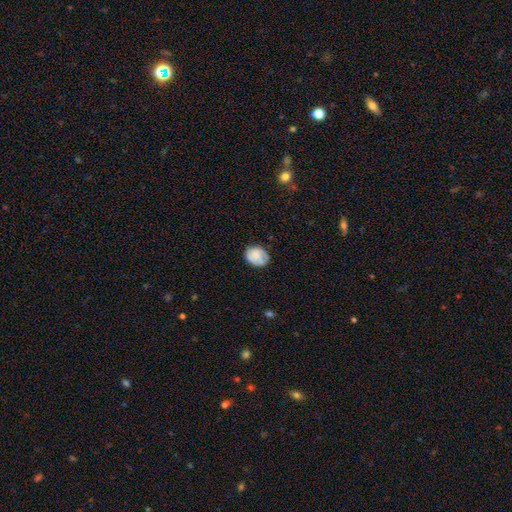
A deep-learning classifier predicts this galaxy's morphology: Smooth or featured? smooth (75%)
How rounded? in between (54%)
Merging? none (75%)